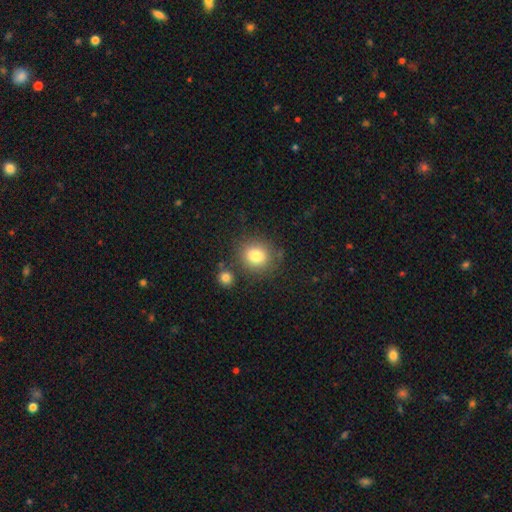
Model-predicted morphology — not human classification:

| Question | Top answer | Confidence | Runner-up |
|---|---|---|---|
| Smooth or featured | smooth | 82% | star or artifact (10%) |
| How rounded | round | 75% | in between (24%) |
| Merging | none | 75% | minor disturbance (12%) |